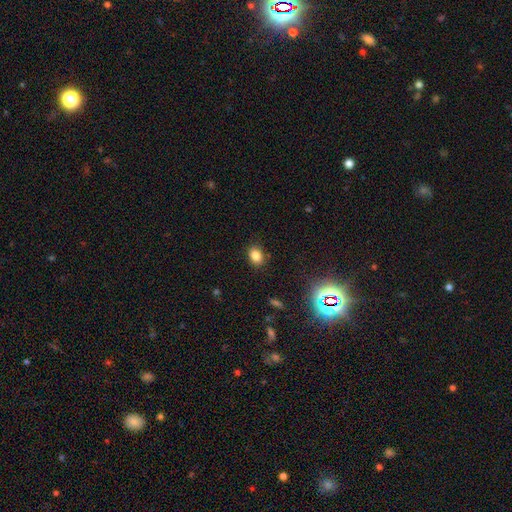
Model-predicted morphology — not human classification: smooth_or_featured: smooth (p=0.83) [alt: star or artifact p=0.12]
how_rounded: in between (p=0.64) [alt: round p=0.35]
merging: none (p=0.87) [alt: minor disturbance p=0.09]